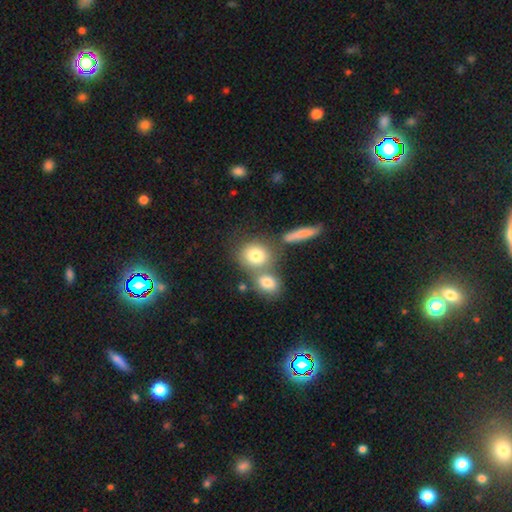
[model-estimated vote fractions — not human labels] smooth-or-featured: smooth: 77% | featured or disk: 13% | star or artifact: 10%
  how-rounded: round: 72% | in between: 26% | cigar-shaped: 3%
  merging: none: 49% | merger: 37% | minor disturbance: 10% | major disturbance: 5%